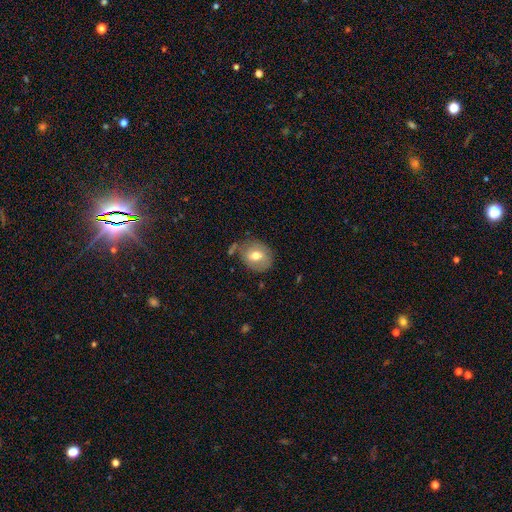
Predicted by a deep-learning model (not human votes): A smooth galaxy with no disk features (67%) that is round (59%). Merging: none (70%).